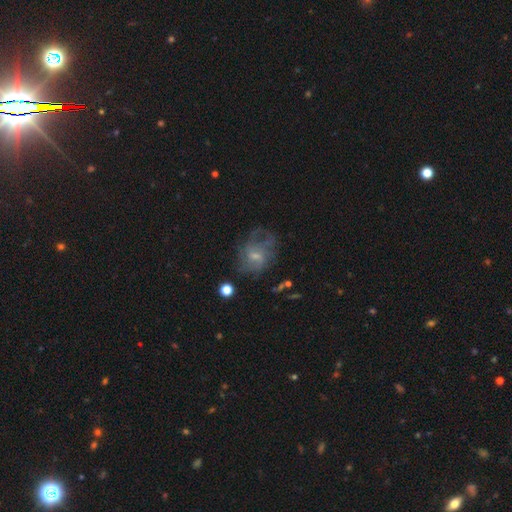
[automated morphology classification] This appears to be a featured or disk galaxy (62%) with no bar (48%), spiral arms (68%) and a small central bulge (49%). Merging: none (48%).